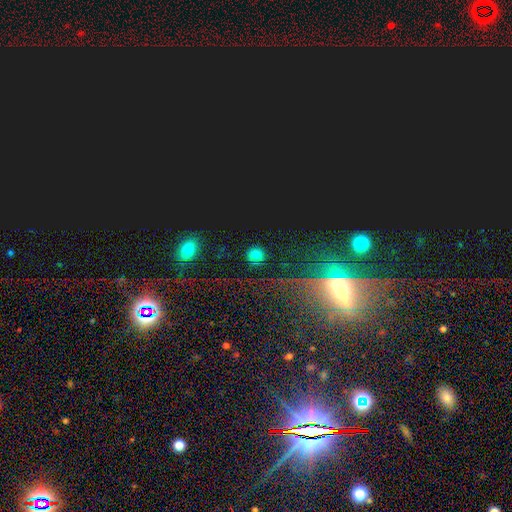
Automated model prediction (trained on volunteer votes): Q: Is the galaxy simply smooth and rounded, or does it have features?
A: smooth — 68%.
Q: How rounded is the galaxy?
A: round — 91%.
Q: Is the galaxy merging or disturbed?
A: none — 88%.